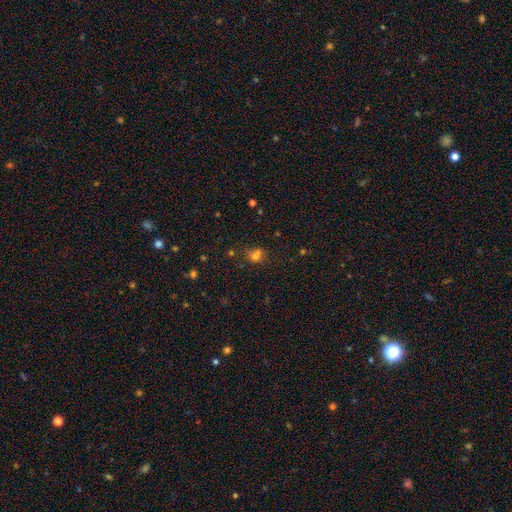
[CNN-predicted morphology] Overall: smooth (64%). How rounded: round (64%; in between 35%). Merging: none (41%; merger 38%).